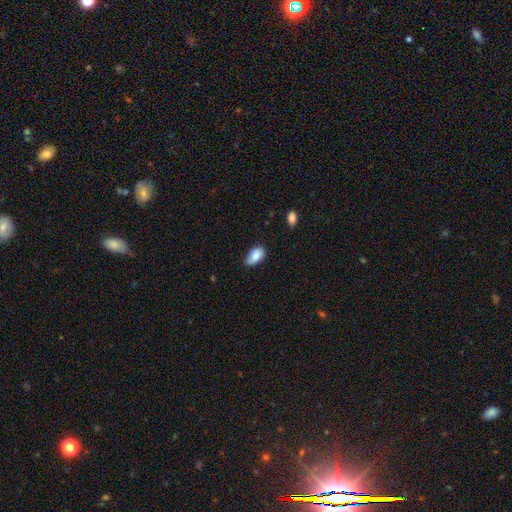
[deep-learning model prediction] This appears to be a smooth galaxy with no disk features (82%) that is in between round and cigar-shaped (92%). Merging: none (62%).